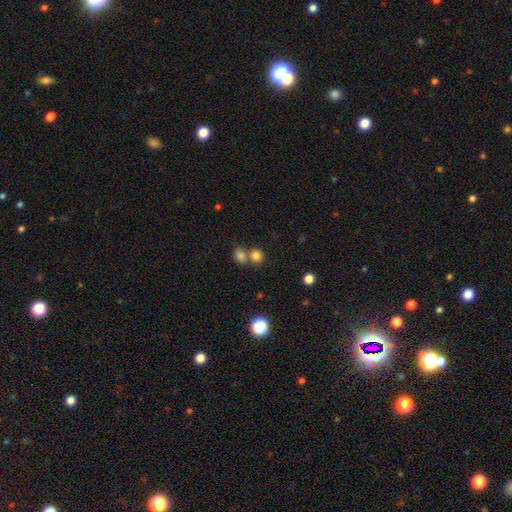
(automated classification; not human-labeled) This is likely a smooth galaxy (80%). How rounded: clearly round (84%). Merging: possibly none (53%).